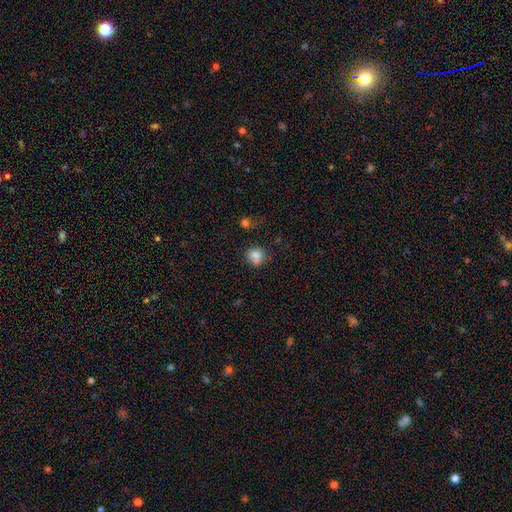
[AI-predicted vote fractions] The model was most divided on "merging": none: 57%, minor disturbance: 19%, merger: 18%, major disturbance: 6%. More confident: smooth or featured — smooth (80%); how rounded — round (77%).